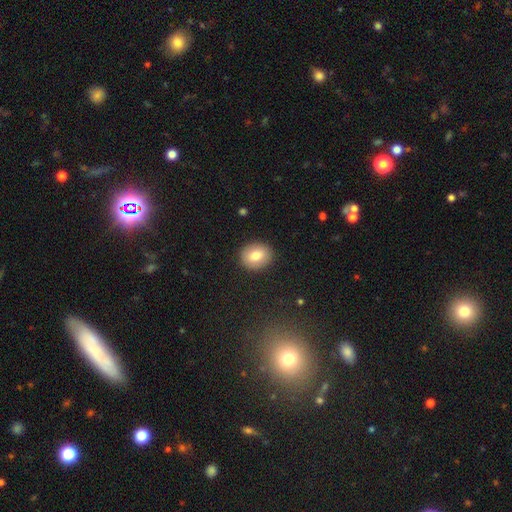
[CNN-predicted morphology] This appears to be a smooth galaxy with no disk features (76%) that is round (59%). Merging: none (89%).